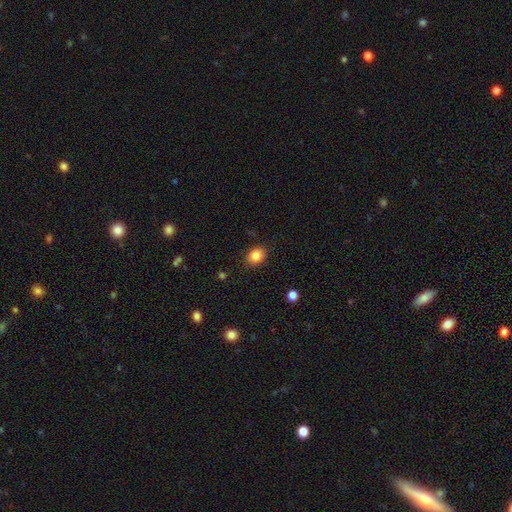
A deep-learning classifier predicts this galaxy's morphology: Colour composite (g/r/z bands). It shows a smooth galaxy with no disk features (85%) that is in between round and cigar-shaped (57%). Merging: none (87%).